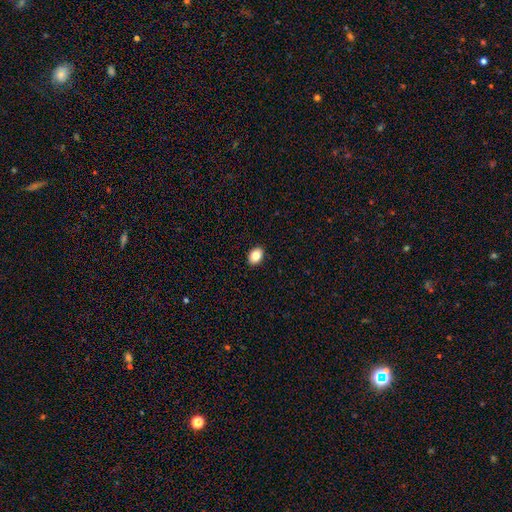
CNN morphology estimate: A smooth galaxy with no disk features (84%) that is in between round and cigar-shaped (78%). Merging: none (91%).